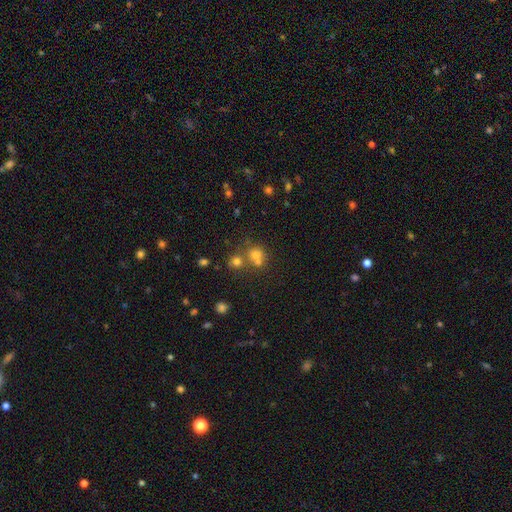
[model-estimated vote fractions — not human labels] Overall: smooth (62%; star or artifact 27%). How rounded: round (74%). Merging: none (48%; merger 38%).